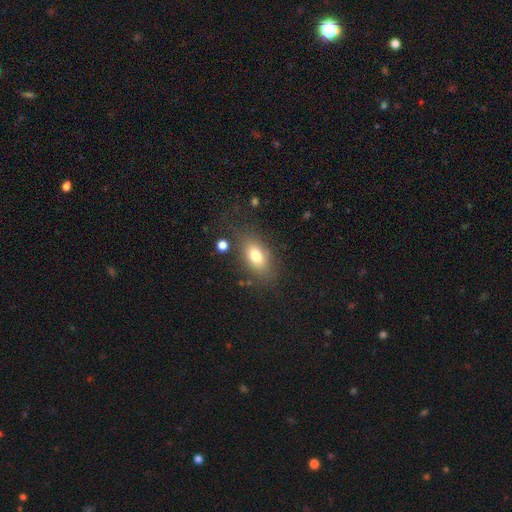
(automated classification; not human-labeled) smooth 78%, featured or disk 13%, star or artifact 9%. Down the decision tree: how rounded — in between (85%); merging — none (73%).